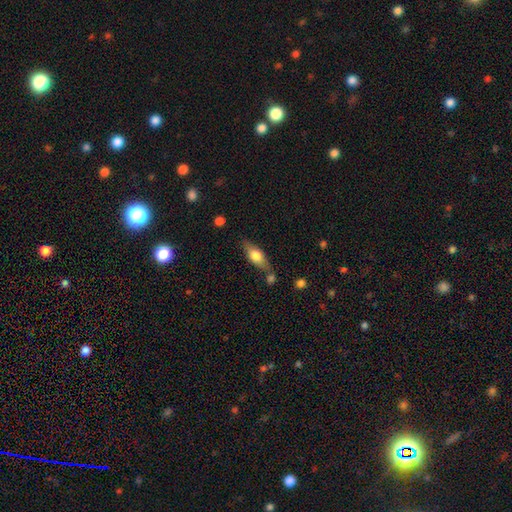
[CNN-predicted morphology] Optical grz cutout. It shows a smooth galaxy with no disk features (62%) that is in between round and cigar-shaped (69%). Merging: none (67%).